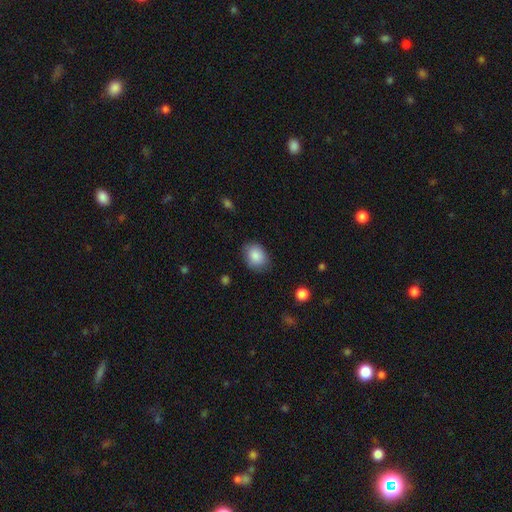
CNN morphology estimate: Smooth or featured?
  - smooth: 87% *
  - star or artifact: 7%
  - featured or disk: 6%
How rounded?
  - in between: 62% *
  - round: 37%
  - cigar-shaped: 1%
Merging?
  - none: 77% *
  - minor disturbance: 18%
  - major disturbance: 4%
  - merger: 1%